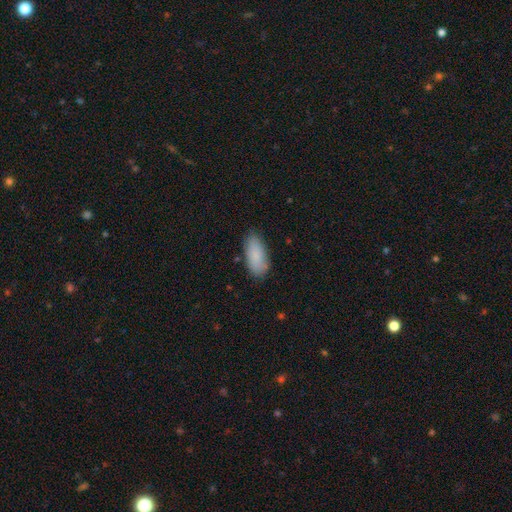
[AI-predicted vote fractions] Q: Smooth or featured?
A: smooth (86%); runner-up: featured or disk (7%)
Q: How rounded?
A: in between (87%); runner-up: cigar-shaped (11%)
Q: Merging?
A: none (80%); runner-up: minor disturbance (16%)